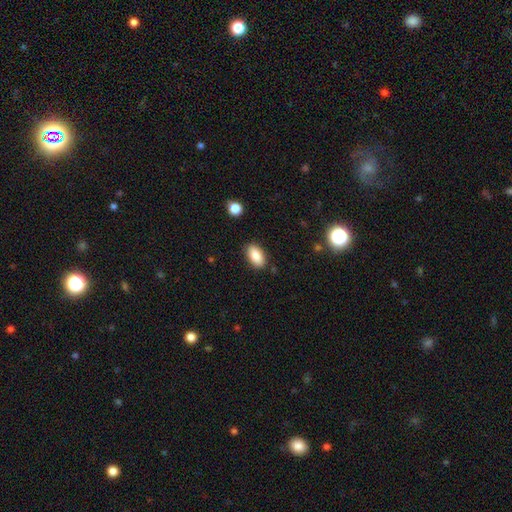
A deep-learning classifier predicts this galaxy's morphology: This appears to be a smooth galaxy with no disk features (87%) that is in between round and cigar-shaped (92%). Merging: none (86%).